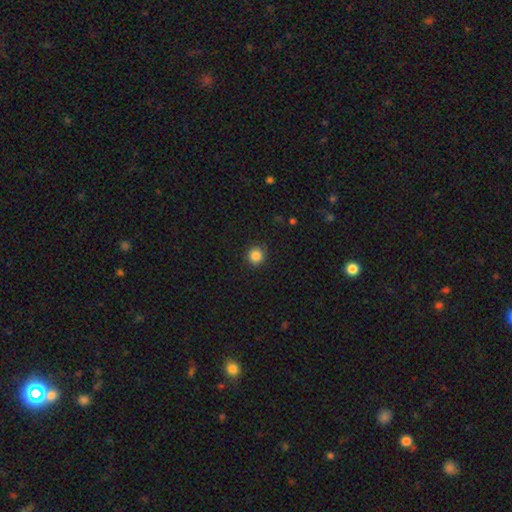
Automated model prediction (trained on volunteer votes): Smooth or featured? smooth (86%)
How rounded? round (94%)
Merging? none (91%)